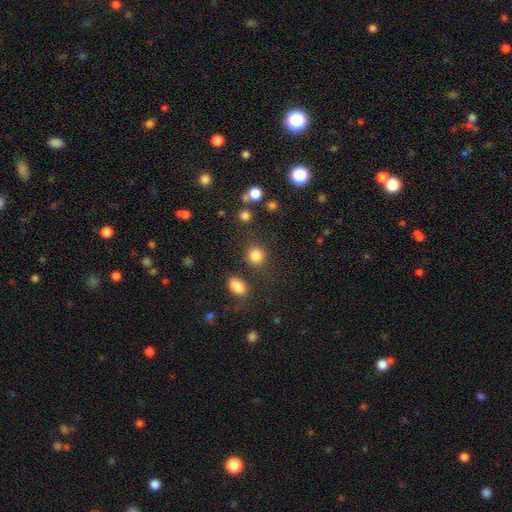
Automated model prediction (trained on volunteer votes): Q: Smooth or featured?
A: smooth (84%); runner-up: star or artifact (12%)
Q: How rounded?
A: round (81%); runner-up: in between (18%)
Q: Merging?
A: none (80%); runner-up: minor disturbance (10%)